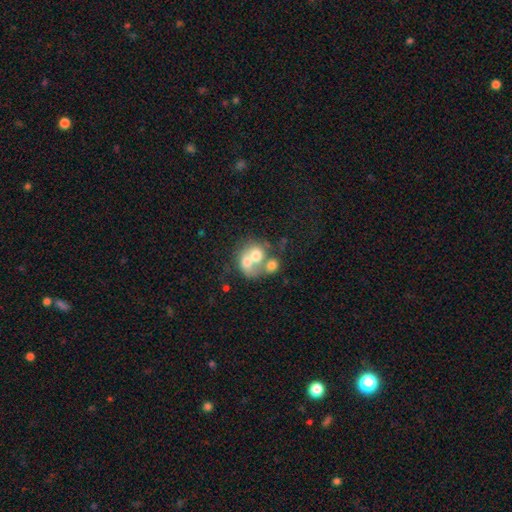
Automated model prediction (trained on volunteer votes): Morphology: type=smooth (57%); roundness=round (60%); merging=merger (70%).